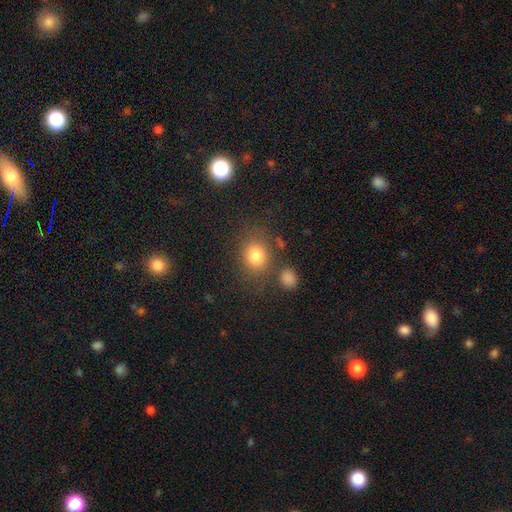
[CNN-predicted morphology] This appears to be a smooth galaxy with no disk features (81%) that is round (55%). Merging: none (72%).